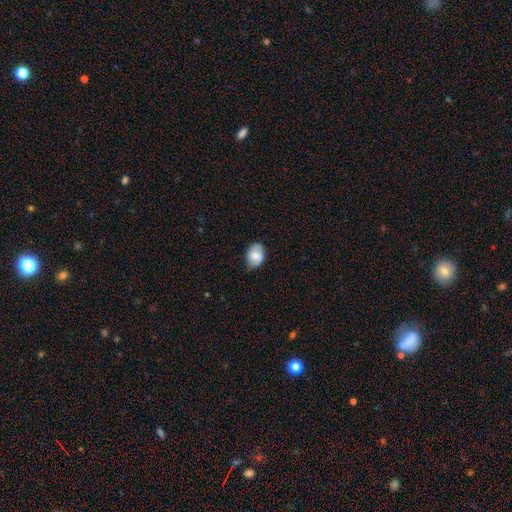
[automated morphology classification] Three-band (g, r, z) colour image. It shows a smooth galaxy with no disk features (71%) that is in between round and cigar-shaped (68%). Merging: none (66%).